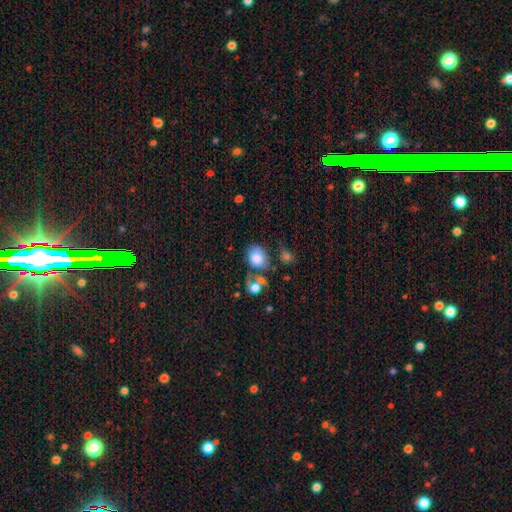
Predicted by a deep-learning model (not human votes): Morphology: type=smooth (70%); roundness=in between (55%); merging=none (33%).